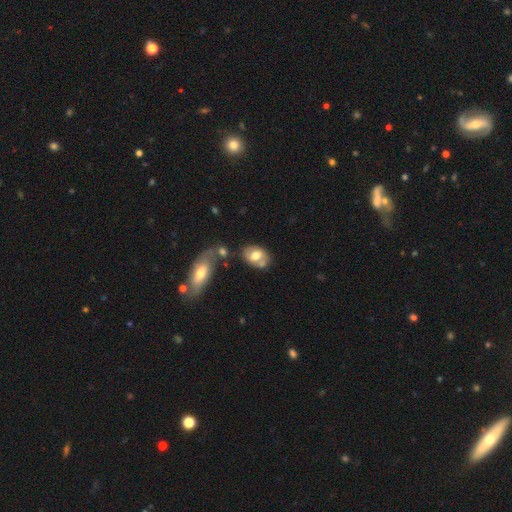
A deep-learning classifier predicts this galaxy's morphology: smooth-or-featured: smooth: 63% | featured or disk: 30% | star or artifact: 7%
  how-rounded: in between: 78% | round: 21% | cigar-shaped: 2%
  merging: none: 53% | merger: 23% | minor disturbance: 18% | major disturbance: 6%